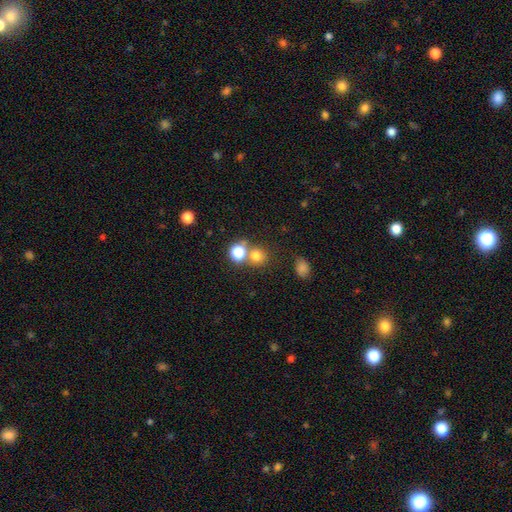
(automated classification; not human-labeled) smooth_or_featured: smooth (p=0.74) [alt: star or artifact p=0.18]
how_rounded: round (p=0.86) [alt: in between p=0.14]
merging: none (p=0.62) [alt: merger p=0.27]